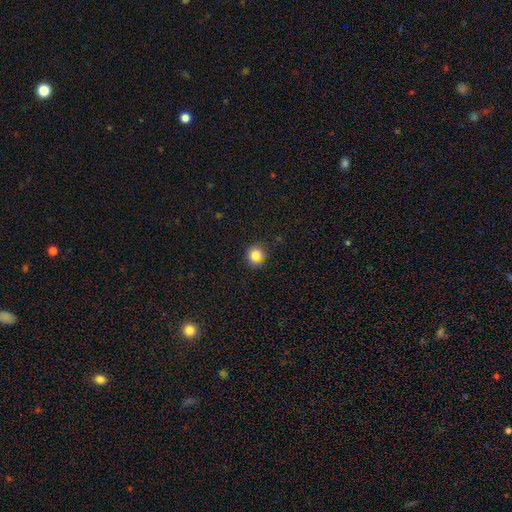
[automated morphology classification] smooth-or-featured: smooth: 84% | star or artifact: 11% | featured or disk: 5%
  how-rounded: round: 85% | in between: 14% | cigar-shaped: 1%
  merging: none: 73% | minor disturbance: 19% | major disturbance: 4% | merger: 4%